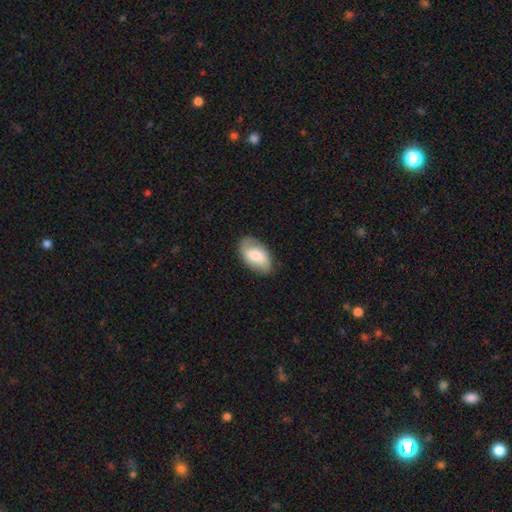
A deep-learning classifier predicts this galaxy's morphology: type=smooth (55%); roundness=in between (92%); merging=none (77%).